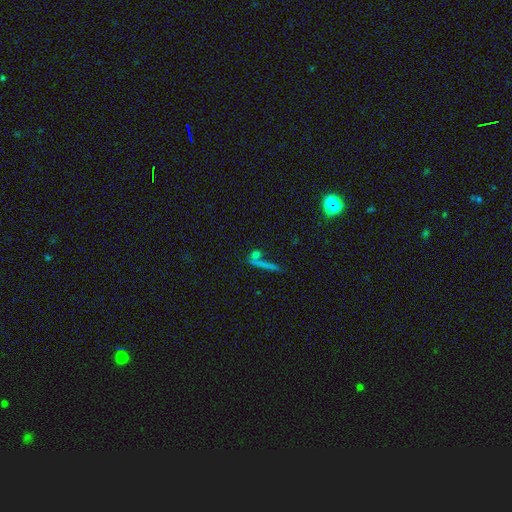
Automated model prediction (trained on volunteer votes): Smooth or featured? star or artifact (38%)